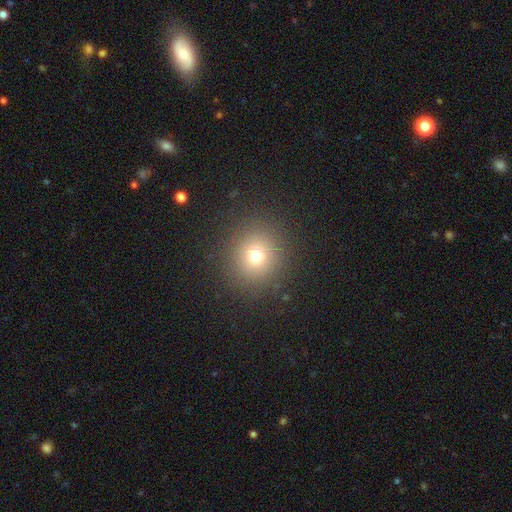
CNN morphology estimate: The model was most divided on "smooth or featured": smooth: 72%, star or artifact: 19%, featured or disk: 10%. More confident: merging — none (88%); how rounded — round (88%).